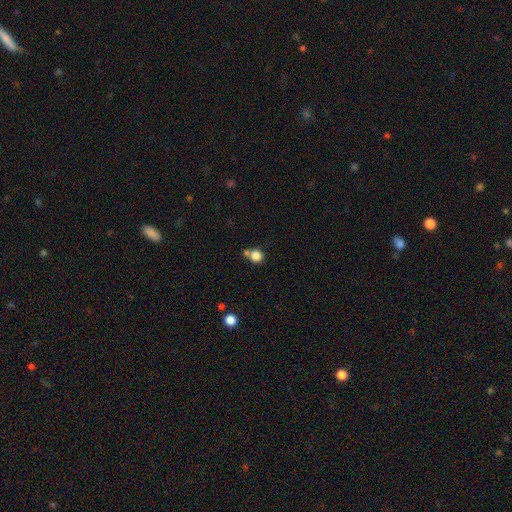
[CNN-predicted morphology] Q: Smooth or featured?
A: smooth (83%); runner-up: star or artifact (11%)
Q: How rounded?
A: round (88%); runner-up: in between (11%)
Q: Merging?
A: none (62%); runner-up: merger (24%)